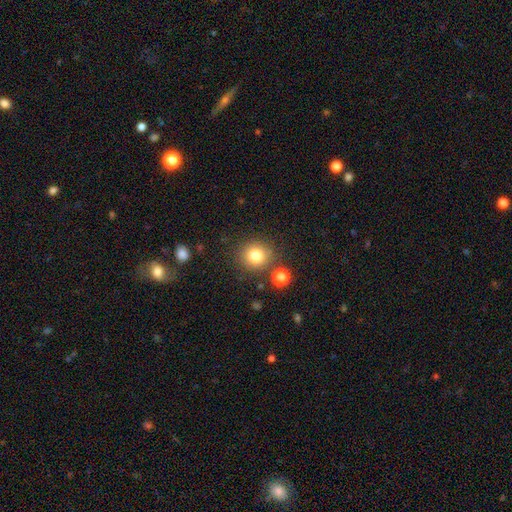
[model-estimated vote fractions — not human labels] Morphology: type=smooth (79%); roundness=round (89%); merging=none (82%).